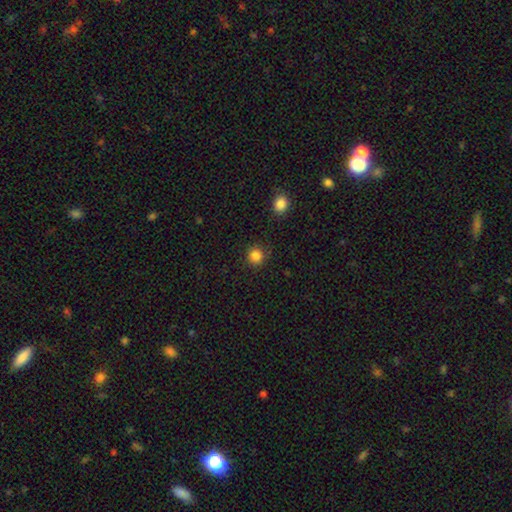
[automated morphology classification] Smooth or featured? smooth (85%)
How rounded? round (93%)
Merging? none (88%)